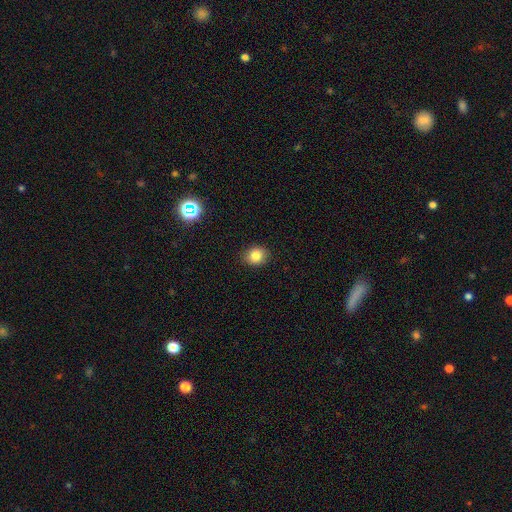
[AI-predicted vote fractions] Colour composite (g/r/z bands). It shows a smooth galaxy with no disk features (83%) that is round (65%). Merging: none (87%).